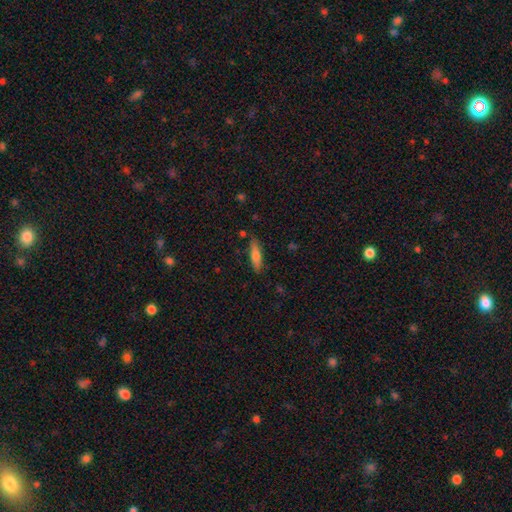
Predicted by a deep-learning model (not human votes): smooth_or_featured: smooth (p=0.68) [alt: featured or disk p=0.26]
how_rounded: cigar-shaped (p=0.67) [alt: in between p=0.31]
merging: none (p=0.83) [alt: minor disturbance p=0.12]